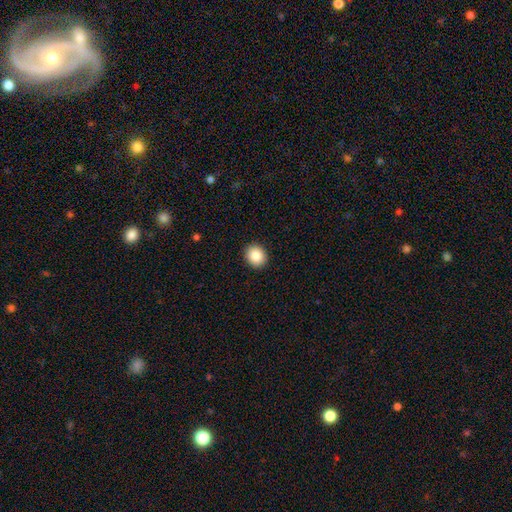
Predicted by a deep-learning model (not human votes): Morphology: type=smooth (86%); roundness=round (74%); merging=none (92%).